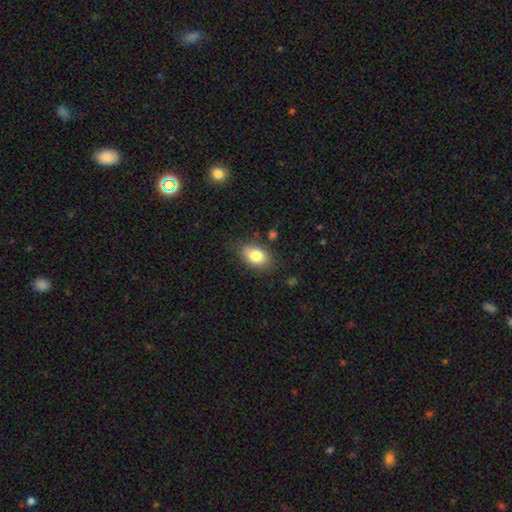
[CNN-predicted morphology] Q: Smooth or featured?
A: smooth (82%); runner-up: featured or disk (10%)
Q: How rounded?
A: in between (83%); runner-up: round (16%)
Q: Merging?
A: none (78%); runner-up: minor disturbance (15%)